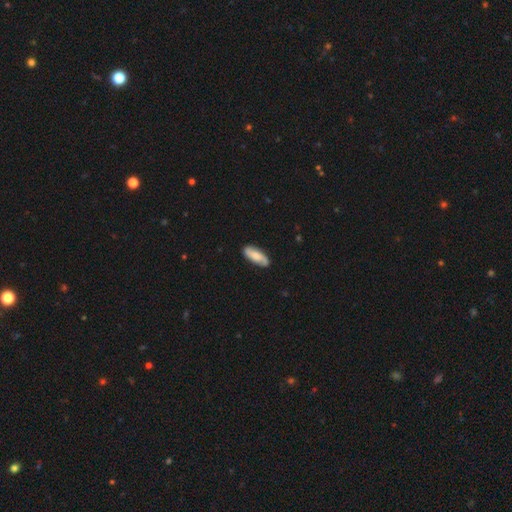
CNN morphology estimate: The model was most divided on "smooth or featured": smooth: 60%, featured or disk: 34%, star or artifact: 6%. More confident: merging — none (84%); how rounded — in between (73%).